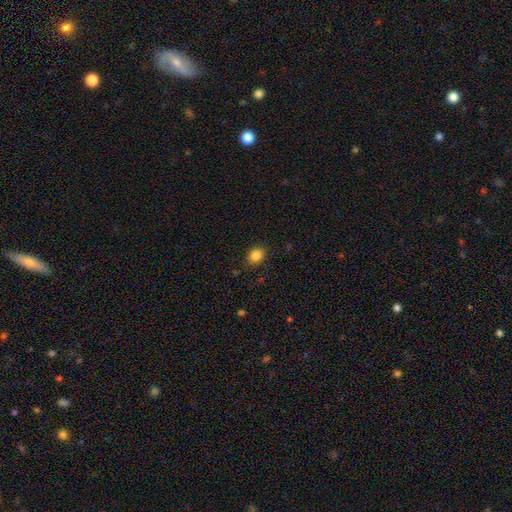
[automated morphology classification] type=smooth (85%); roundness=in between (52%); merging=none (85%).